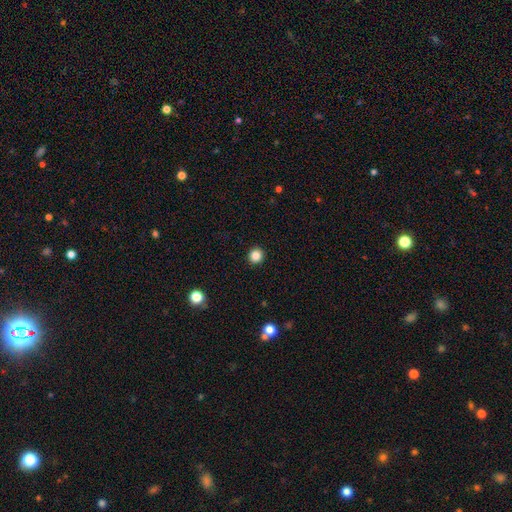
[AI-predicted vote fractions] smooth-or-featured: smooth: 85% | star or artifact: 11% | featured or disk: 4%
  how-rounded: round: 93% | in between: 6% | cigar-shaped: 1%
  merging: none: 93% | minor disturbance: 4% | major disturbance: 2% | merger: 1%